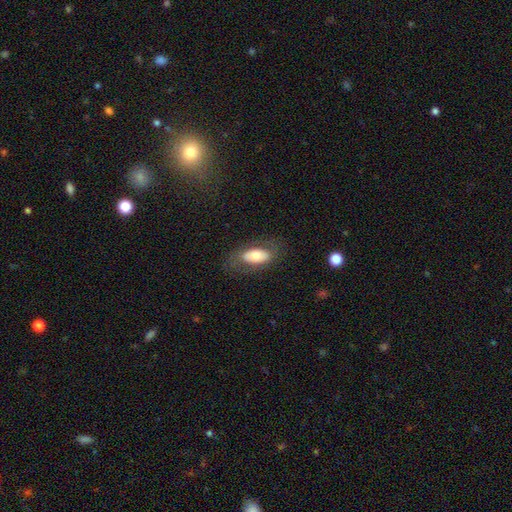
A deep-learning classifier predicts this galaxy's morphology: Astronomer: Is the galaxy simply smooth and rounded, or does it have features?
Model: smooth — 61%.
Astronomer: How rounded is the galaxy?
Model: in between — 90%.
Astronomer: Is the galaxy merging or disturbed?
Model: none — 74%.